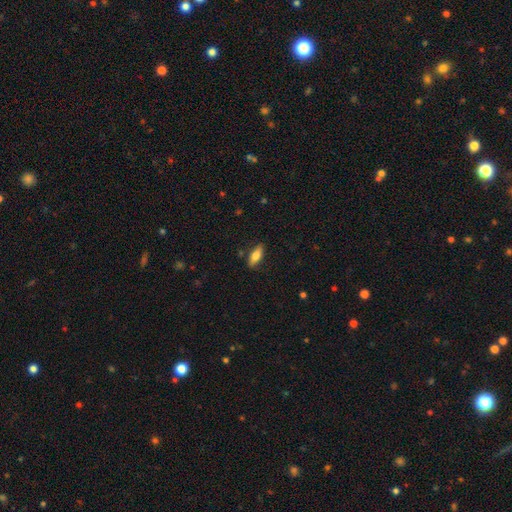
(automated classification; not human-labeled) smooth-or-featured: smooth: 74% | featured or disk: 19% | star or artifact: 7%
  how-rounded: in between: 70% | cigar-shaped: 27% | round: 2%
  merging: none: 84% | minor disturbance: 12% | major disturbance: 2% | merger: 2%